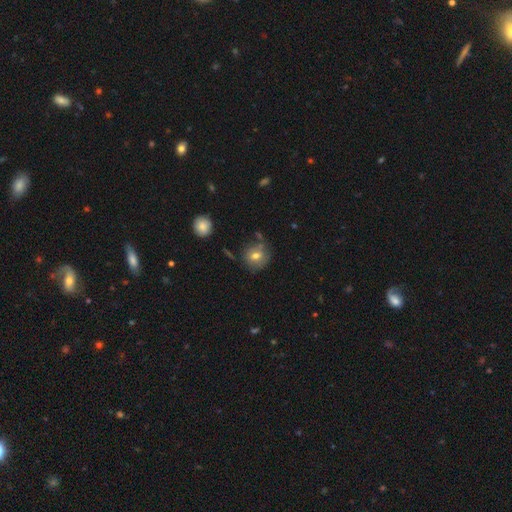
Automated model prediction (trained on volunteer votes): Smooth or featured? smooth (70%)
How rounded? round (87%)
Merging? none (72%)